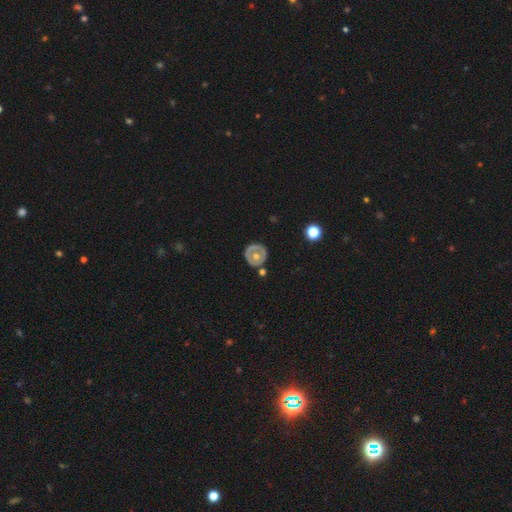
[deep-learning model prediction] This is possibly a featured or disk galaxy (52%). It is clearly not viewed edge-on (94%). Merging: likely none (78%).